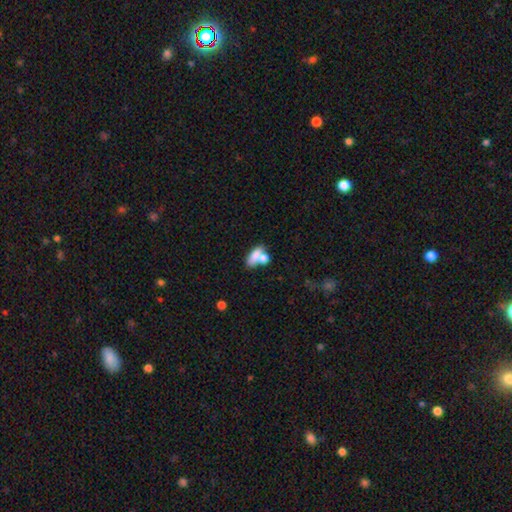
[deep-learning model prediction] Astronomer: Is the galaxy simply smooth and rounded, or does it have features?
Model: smooth — 72%.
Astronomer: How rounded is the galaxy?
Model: in between — 75%.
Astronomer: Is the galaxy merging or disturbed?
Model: merger — 49% (runner-up: none, 31%).